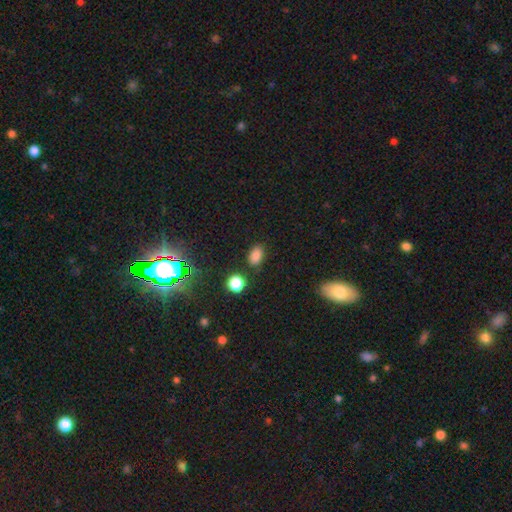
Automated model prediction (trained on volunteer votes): Smooth or featured? smooth (80%)
How rounded? in between (81%)
Merging? none (80%)